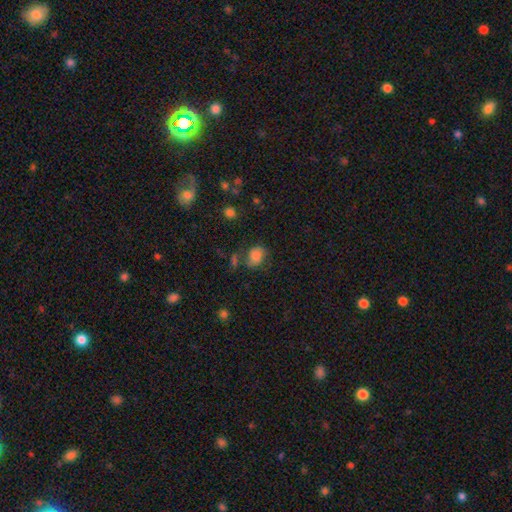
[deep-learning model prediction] Smooth or featured?
  - smooth: 79% *
  - star or artifact: 12%
  - featured or disk: 9%
How rounded?
  - in between: 62% *
  - round: 37%
  - cigar-shaped: 1%
Merging?
  - none: 54% *
  - minor disturbance: 23%
  - merger: 12%
  - major disturbance: 12%